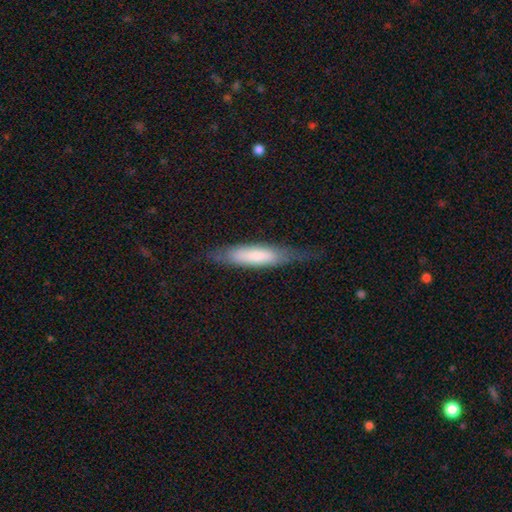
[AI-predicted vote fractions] Smooth or featured? Predicted: smooth (p=0.67). How rounded? Predicted: cigar-shaped (p=0.72). Merging? Predicted: none (p=0.68).